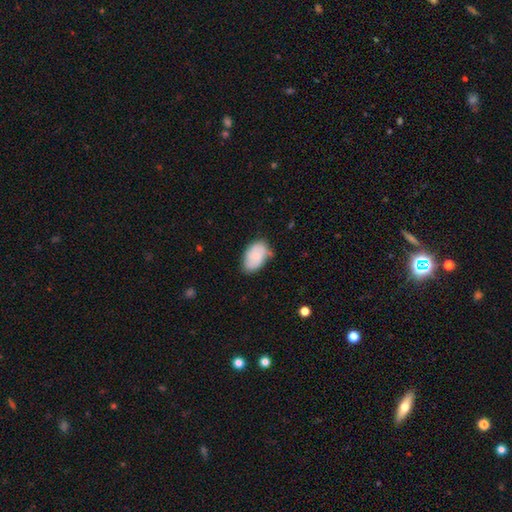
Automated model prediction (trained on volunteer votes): smooth 68%, featured or disk 25%, star or artifact 7%. Down the decision tree: how rounded — in between (92%); merging — none (62%).